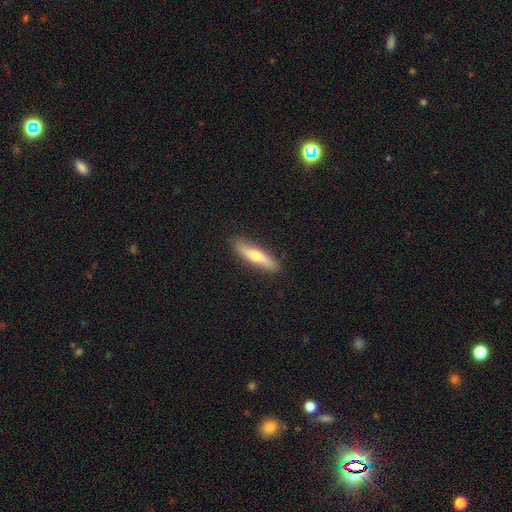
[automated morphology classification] smooth_or_featured: smooth (p=0.53) [alt: featured or disk p=0.41]
how_rounded: cigar-shaped (p=0.81) [alt: in between p=0.17]
merging: none (p=0.87) [alt: minor disturbance p=0.10]